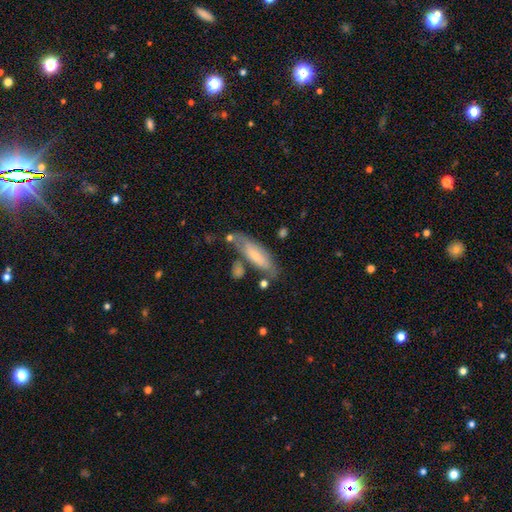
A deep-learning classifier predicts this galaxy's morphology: The model was most divided on "how rounded" (2-way tie): in between: 49%, cigar-shaped: 49%, round: 2%. More confident: merging — none (58%); smooth or featured — smooth (58%).